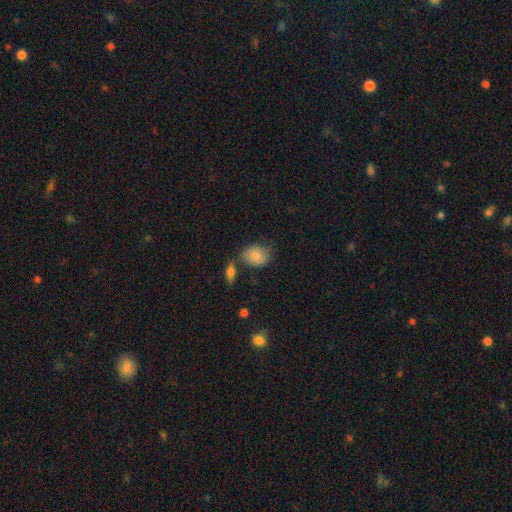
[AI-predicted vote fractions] Q: Smooth or featured?
A: smooth (83%); runner-up: featured or disk (10%)
Q: How rounded?
A: in between (65%); runner-up: round (34%)
Q: Merging?
A: none (60%); runner-up: minor disturbance (23%)